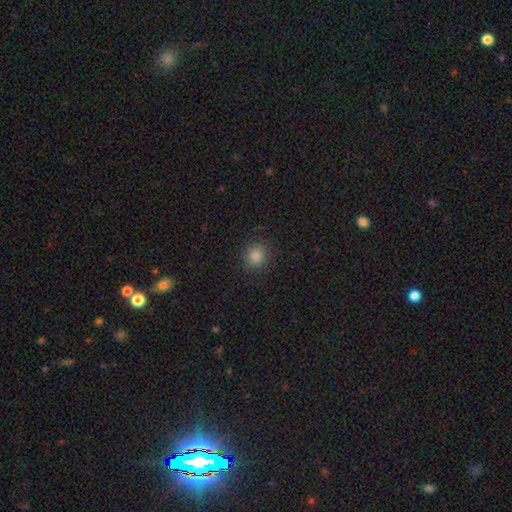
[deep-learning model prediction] Morphology: type=smooth (83%); roundness=round (88%); merging=none (90%).